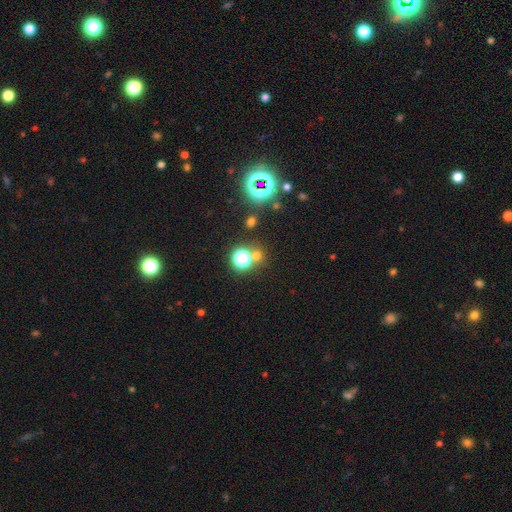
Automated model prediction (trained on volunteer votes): Smooth or featured?
  - smooth: 52% *
  - star or artifact: 41%
  - featured or disk: 7%
How rounded?
  - round: 85% *
  - in between: 13%
  - cigar-shaped: 1%
Merging?
  - none: 70% *
  - merger: 18%
  - minor disturbance: 8%
  - major disturbance: 4%